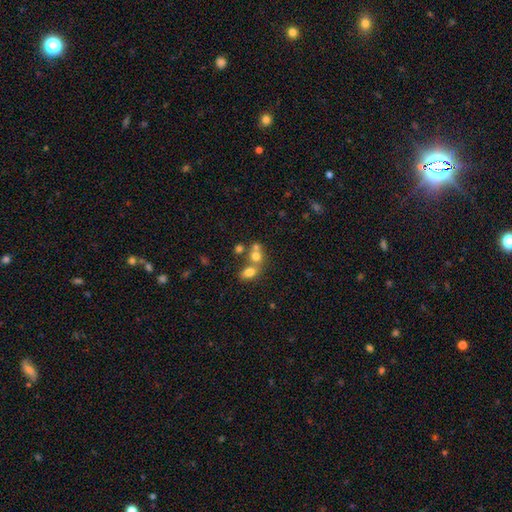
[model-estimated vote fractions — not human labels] smooth 69%, featured or disk 16%, star or artifact 15%. Down the decision tree: how rounded — round (55%); merging — merger (55%).